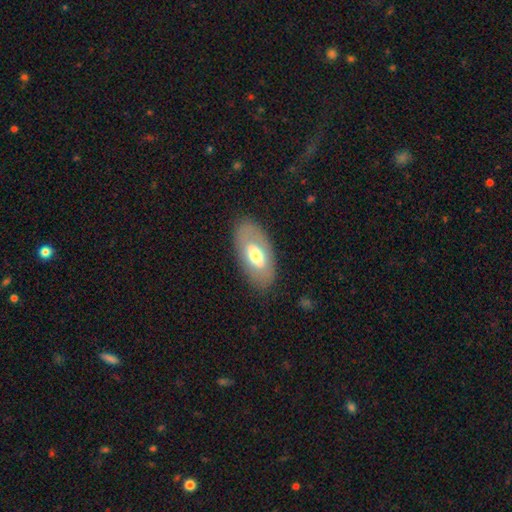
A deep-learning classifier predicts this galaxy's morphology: smooth 55%, featured or disk 38%, star or artifact 7%. Down the decision tree: how rounded — in between (92%); merging — none (81%).